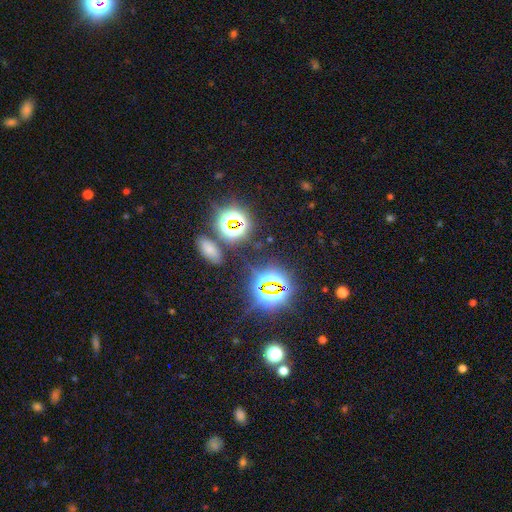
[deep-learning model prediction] A star or artifact, not a galaxy (80%).